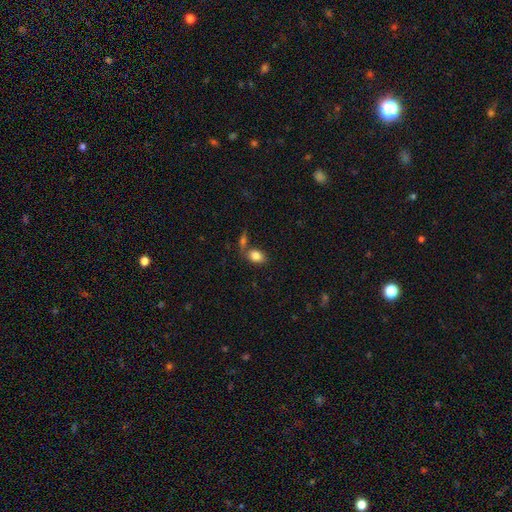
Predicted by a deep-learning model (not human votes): Morphology: type=smooth (83%); roundness=in between (77%); merging=none (53%).